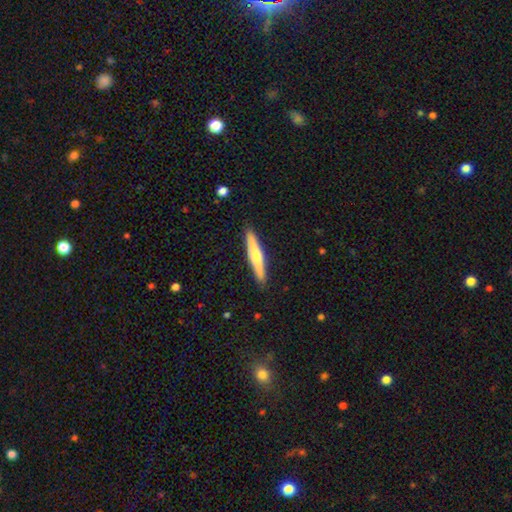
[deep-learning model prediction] smooth-or-featured: smooth: 57% | featured or disk: 38% | star or artifact: 5%
  how-rounded: cigar-shaped: 92% | in between: 6% | round: 1%
  merging: none: 90% | minor disturbance: 7% | major disturbance: 1% | merger: 1%